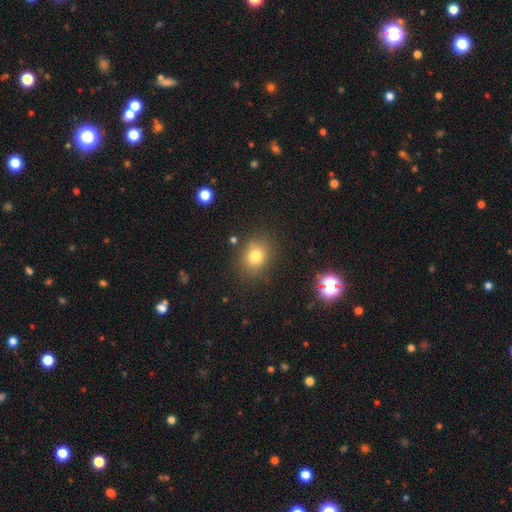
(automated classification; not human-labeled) Morphology: type=smooth (77%); roundness=round (56%); merging=none (82%).